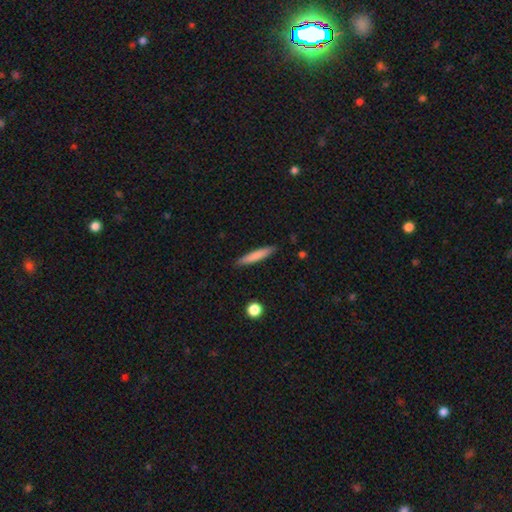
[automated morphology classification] This is likely a smooth galaxy (78%). How rounded: clearly cigar-shaped (92%). Merging: clearly none (89%).